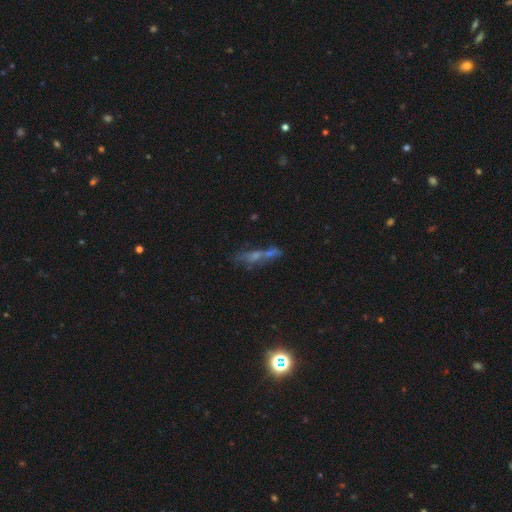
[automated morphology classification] Overall: featured or disk (36%; smooth 34%). Merging: none (43%; merger 33%).